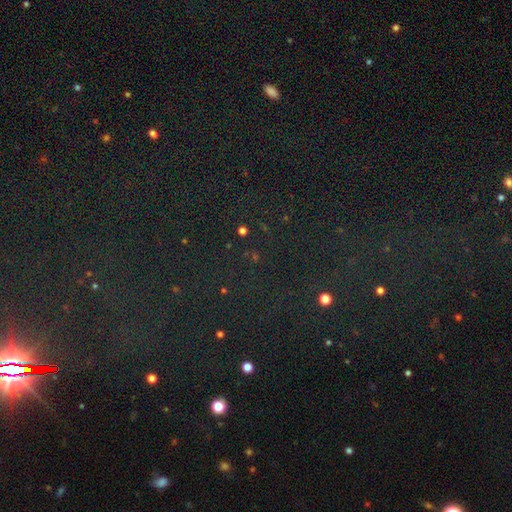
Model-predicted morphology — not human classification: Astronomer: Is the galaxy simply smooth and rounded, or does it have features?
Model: star or artifact — 79%.